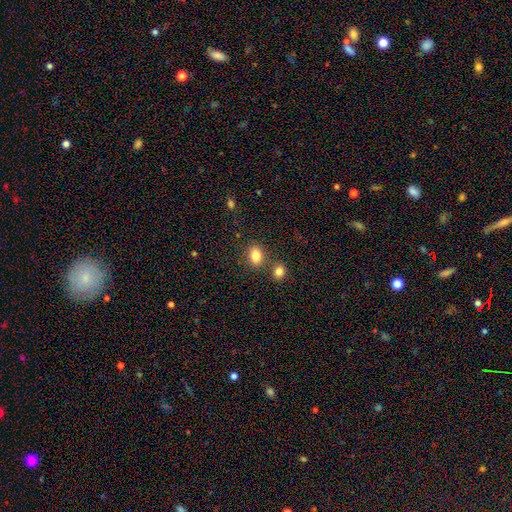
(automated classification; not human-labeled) smooth 83%, star or artifact 11%, featured or disk 6%. Down the decision tree: how rounded — in between (64%); merging — none (71%).